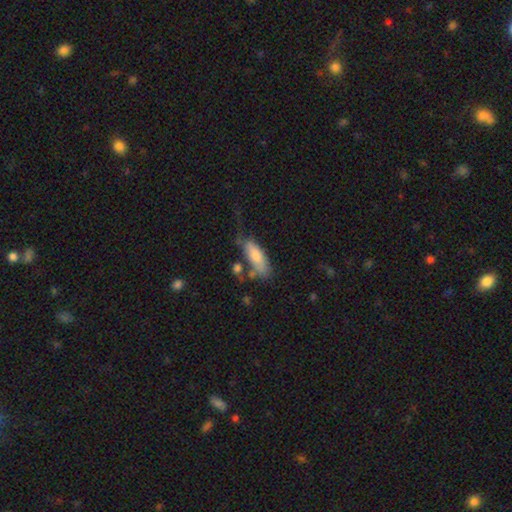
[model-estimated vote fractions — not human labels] smooth-or-featured: smooth: 73% | featured or disk: 20% | star or artifact: 7%
  how-rounded: in between: 64% | cigar-shaped: 34% | round: 2%
  merging: none: 44% | minor disturbance: 28% | major disturbance: 16% | merger: 12%